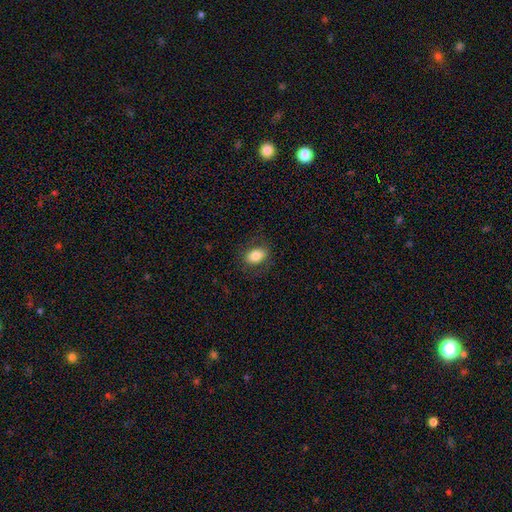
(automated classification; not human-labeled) This appears to be a smooth galaxy with no disk features (81%) that is in between round and cigar-shaped (77%). Merging: none (81%).